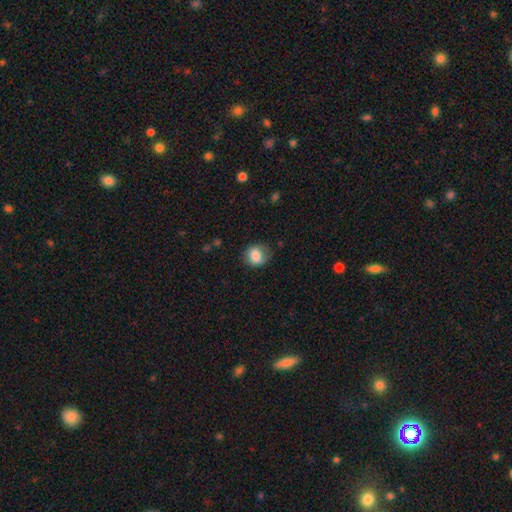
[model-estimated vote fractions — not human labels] Smooth or featured?
  - smooth: 82% *
  - featured or disk: 9%
  - star or artifact: 8%
How rounded?
  - round: 73% *
  - in between: 26%
  - cigar-shaped: 1%
Merging?
  - none: 63% *
  - minor disturbance: 26%
  - major disturbance: 9%
  - merger: 1%